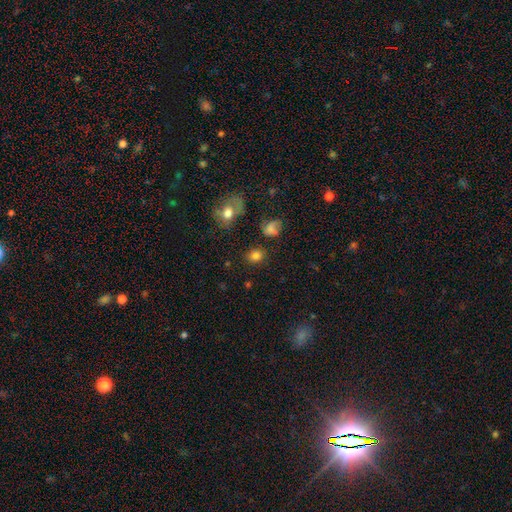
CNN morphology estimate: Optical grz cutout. It shows a smooth galaxy with no disk features (80%) that is round (67%). Merging: none (81%).